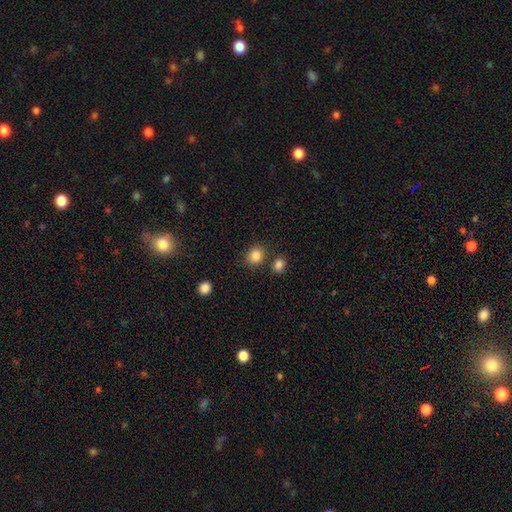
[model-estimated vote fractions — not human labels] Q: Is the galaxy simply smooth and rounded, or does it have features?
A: smooth — 85%.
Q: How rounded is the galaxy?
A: round — 73%.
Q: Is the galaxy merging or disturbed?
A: none — 78%.